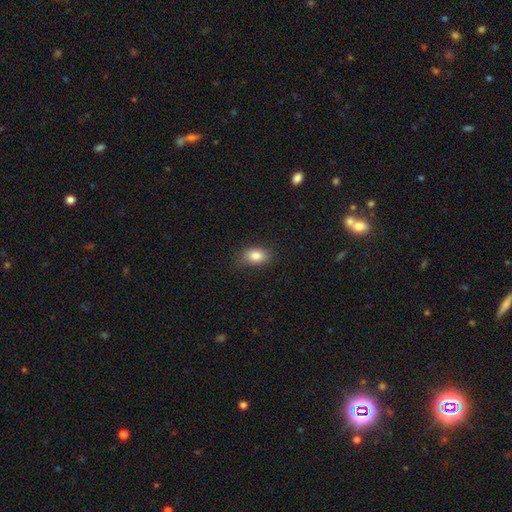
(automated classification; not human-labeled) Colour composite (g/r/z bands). It shows a smooth galaxy with no disk features (85%) that is in between round and cigar-shaped (81%). Merging: none (75%).